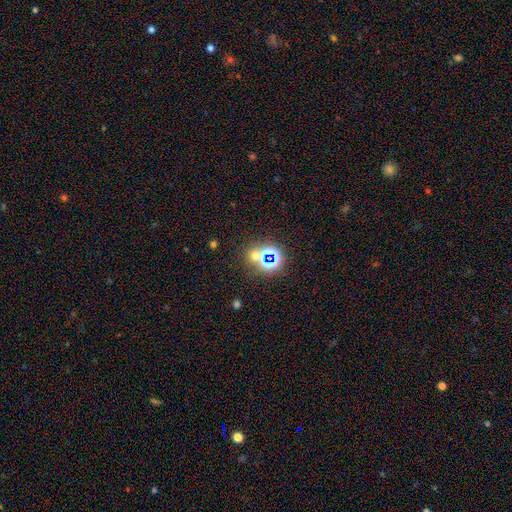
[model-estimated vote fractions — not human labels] star or artifact 54%, smooth 37%, featured or disk 10%.